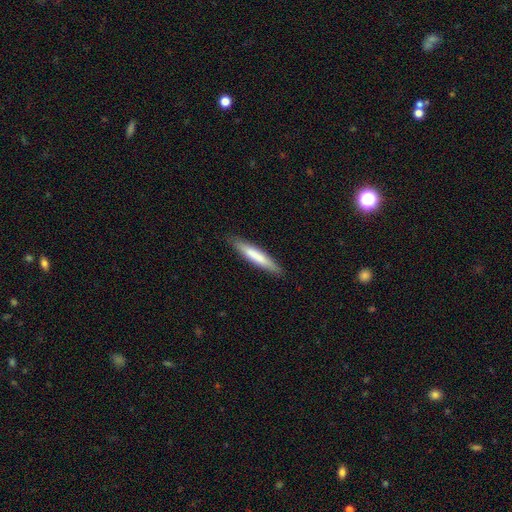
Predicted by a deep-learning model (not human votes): Smooth or featured? Predicted: smooth (p=0.72). How rounded? Predicted: cigar-shaped (p=0.92). Merging? Predicted: none (p=0.89).